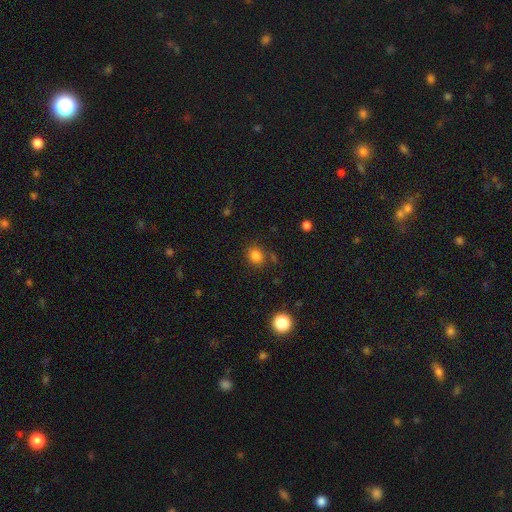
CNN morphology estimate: A smooth galaxy with no disk features (82%) that is round (64%). Merging: none (78%).